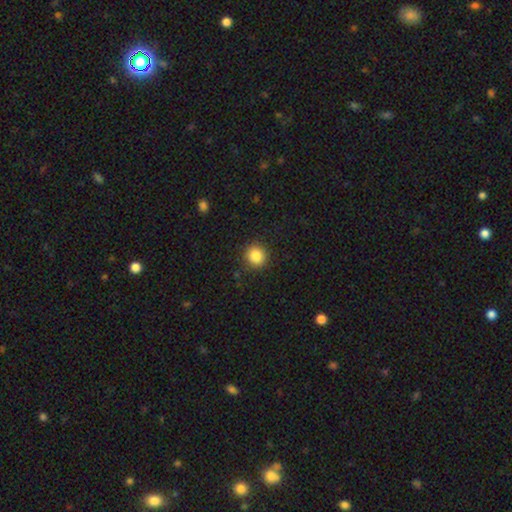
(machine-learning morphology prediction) This appears to be a smooth galaxy with no disk features (85%) that is round (90%). Merging: none (89%).